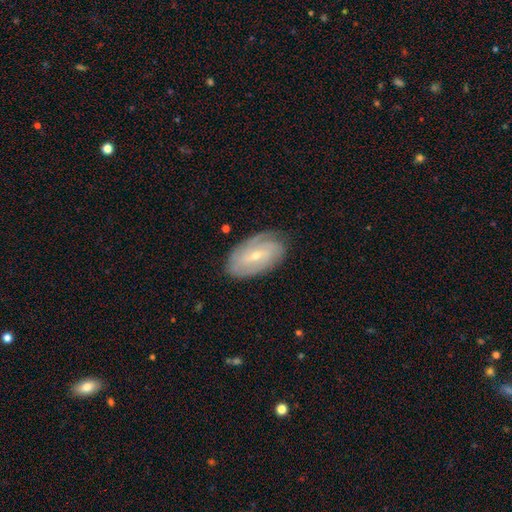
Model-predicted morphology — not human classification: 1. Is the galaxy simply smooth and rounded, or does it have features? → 77% featured or disk, 16% smooth, 6% star or artifact.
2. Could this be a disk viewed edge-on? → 95% no, 5% yes.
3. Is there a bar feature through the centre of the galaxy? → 45% weak, 38% no, 17% strong.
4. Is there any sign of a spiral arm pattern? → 92% yes, 8% no.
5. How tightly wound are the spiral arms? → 61% tight, 30% medium, 10% loose.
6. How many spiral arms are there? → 35% can't tell, 30% 2, 18% 3, 8% 4, 5% 1, 4% more than 4.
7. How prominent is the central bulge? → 65% small, 32% moderate, 1% large, 1% none, 1% dominant.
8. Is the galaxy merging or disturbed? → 78% none, 17% minor disturbance, 4% major disturbance, 1% merger.